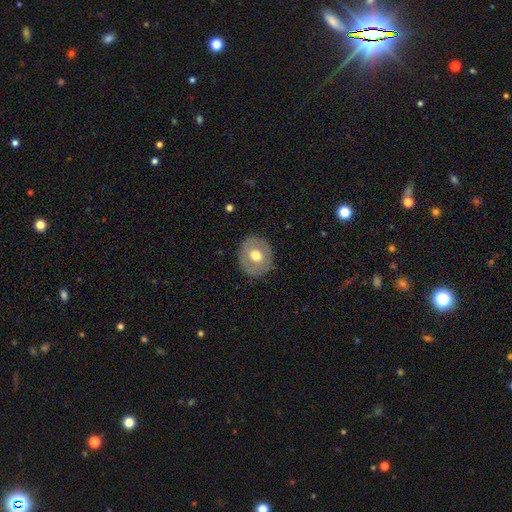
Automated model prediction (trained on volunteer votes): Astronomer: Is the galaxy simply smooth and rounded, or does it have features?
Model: smooth — 54% (runner-up: featured or disk, 40%).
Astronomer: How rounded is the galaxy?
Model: round — 70%.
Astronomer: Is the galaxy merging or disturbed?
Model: none — 85%.